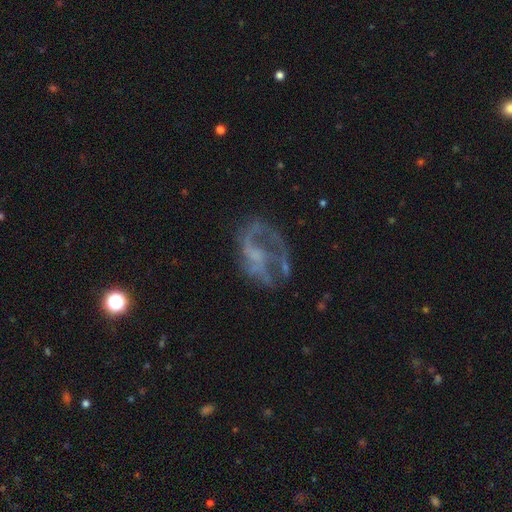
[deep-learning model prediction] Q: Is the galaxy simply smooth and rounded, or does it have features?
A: featured or disk — 72%.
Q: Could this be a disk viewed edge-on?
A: no — 97%.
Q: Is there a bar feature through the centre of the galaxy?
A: no — 65%.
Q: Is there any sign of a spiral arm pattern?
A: yes — 65%.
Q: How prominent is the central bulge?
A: none — 51%.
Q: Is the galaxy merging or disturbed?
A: none — 46%.